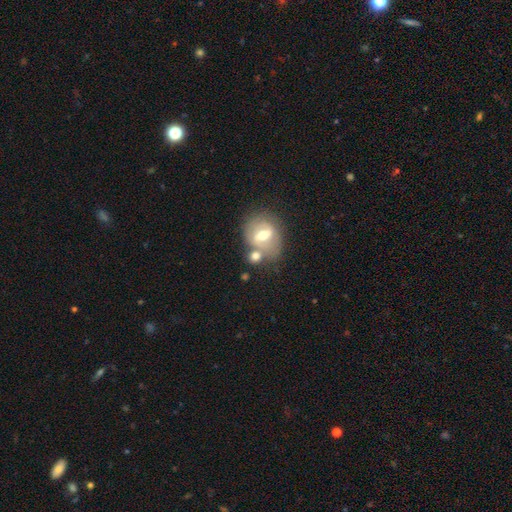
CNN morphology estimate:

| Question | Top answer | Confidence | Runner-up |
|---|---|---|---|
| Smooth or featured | smooth | 51% | featured or disk (40%) |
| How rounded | round | 60% | in between (38%) |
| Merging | none | 51% | merger (28%) |